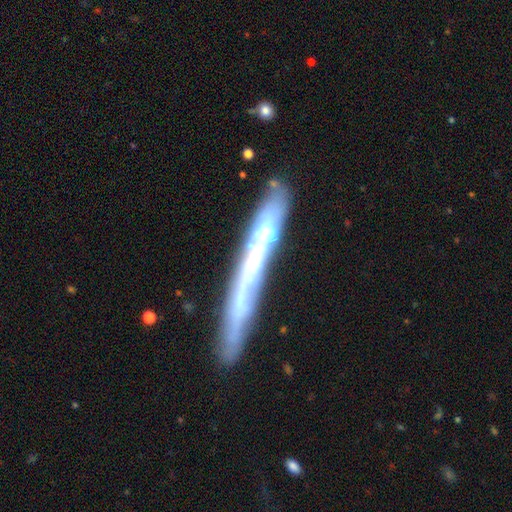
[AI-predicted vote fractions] Smooth or featured? featured or disk (60%)
Edge-on disk? yes (80%)
Merging? none (70%)